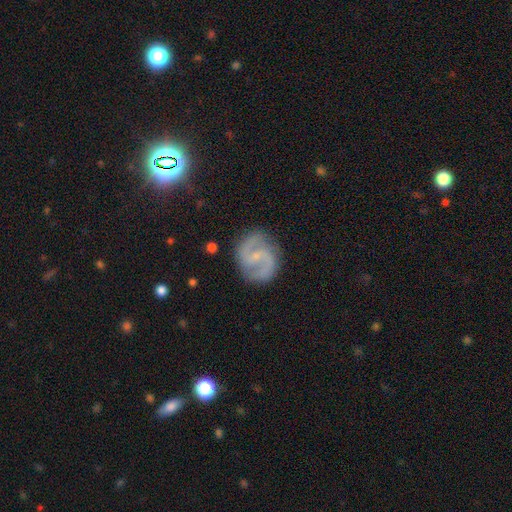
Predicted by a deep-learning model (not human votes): A featured or disk galaxy (88%) with a weak bar (51%), 2 (93%) medium (59%) spiral arms (97%) and a small central bulge (69%). Merging: none (84%).